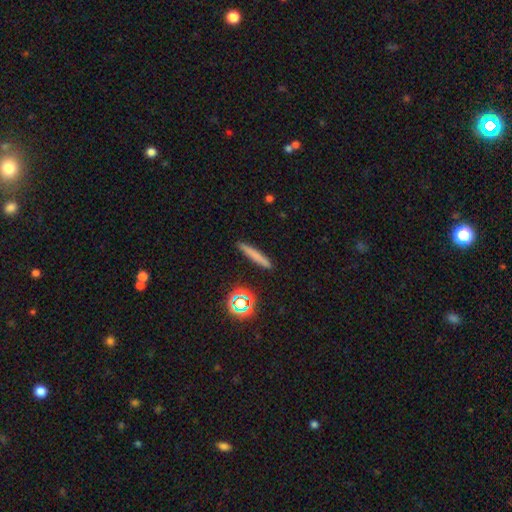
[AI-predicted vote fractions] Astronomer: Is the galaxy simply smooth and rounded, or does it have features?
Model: smooth — 69%.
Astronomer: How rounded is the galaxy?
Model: cigar-shaped — 94%.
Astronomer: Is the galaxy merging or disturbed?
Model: none — 90%.